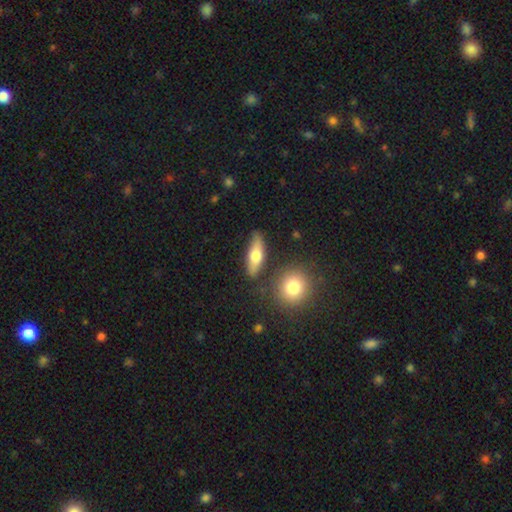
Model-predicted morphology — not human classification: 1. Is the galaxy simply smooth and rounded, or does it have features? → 62% smooth, 31% featured or disk, 7% star or artifact.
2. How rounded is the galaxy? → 51% in between, 44% cigar-shaped, 6% round.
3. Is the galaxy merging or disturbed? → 79% none, 12% minor disturbance, 6% merger, 3% major disturbance.